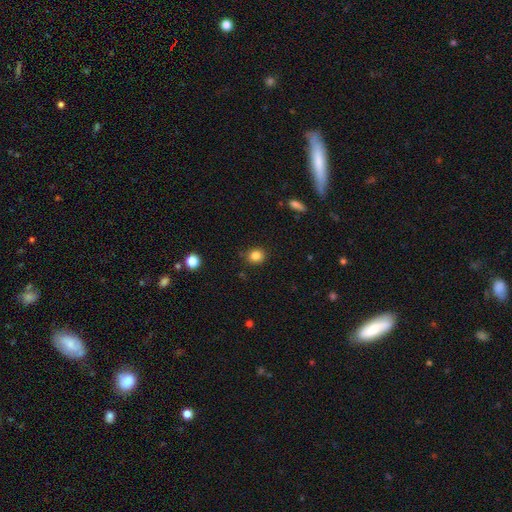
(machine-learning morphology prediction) A smooth galaxy with no disk features (84%) that is round (76%). Merging: none (85%).